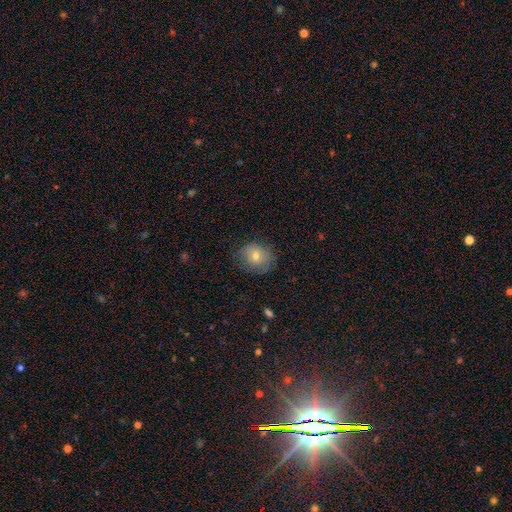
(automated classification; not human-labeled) Smooth or featured: smooth — 71% (featured or disk — 19%)
How rounded: round — 69% (in between — 30%)
Merging: none — 70% (minor disturbance — 21%)